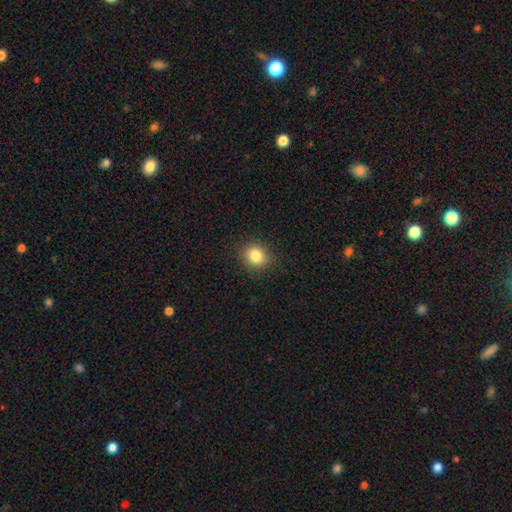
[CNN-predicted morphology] type=smooth (83%); roundness=round (72%); merging=none (89%).